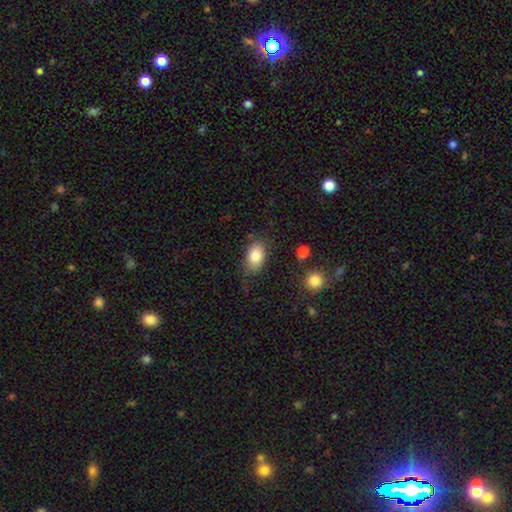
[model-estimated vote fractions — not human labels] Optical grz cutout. It shows a smooth galaxy with no disk features (83%) that is in between round and cigar-shaped (89%). Merging: none (77%).